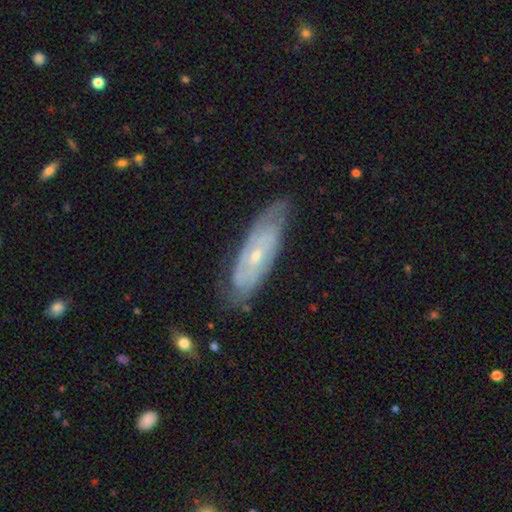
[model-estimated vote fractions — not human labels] Morphology: type=featured or disk (72%); edge-on=no (78%); bar=no (66%); spiral arms=yes (82%); bulge=small (68%); merging=none (74%).